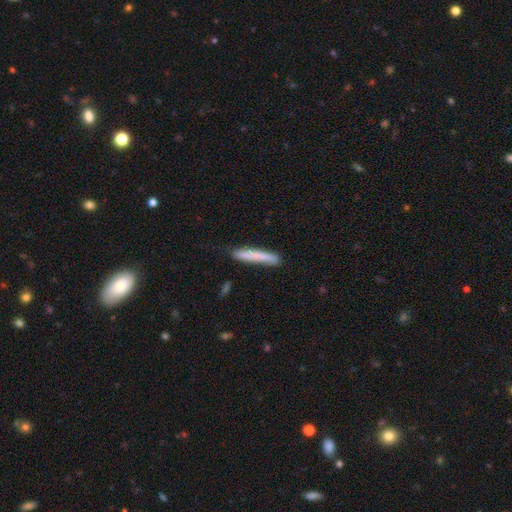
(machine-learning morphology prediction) smooth-or-featured: smooth: 75% | featured or disk: 19% | star or artifact: 6%
  how-rounded: cigar-shaped: 96% | in between: 3% | round: 1%
  merging: none: 84% | minor disturbance: 12% | major disturbance: 2% | merger: 2%